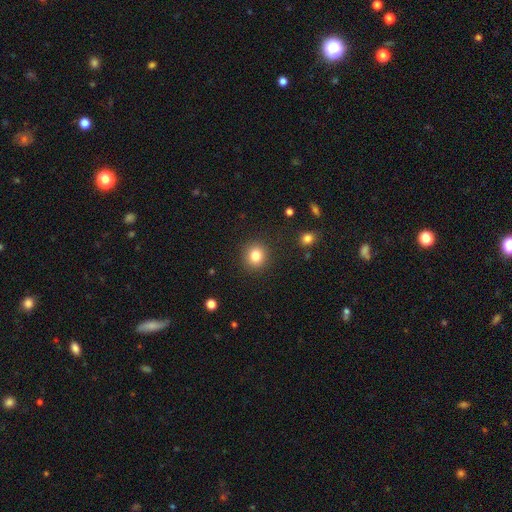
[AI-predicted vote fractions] Smooth or featured: smooth — 82% (star or artifact — 11%)
How rounded: round — 87% (in between — 12%)
Merging: none — 90% (minor disturbance — 6%)